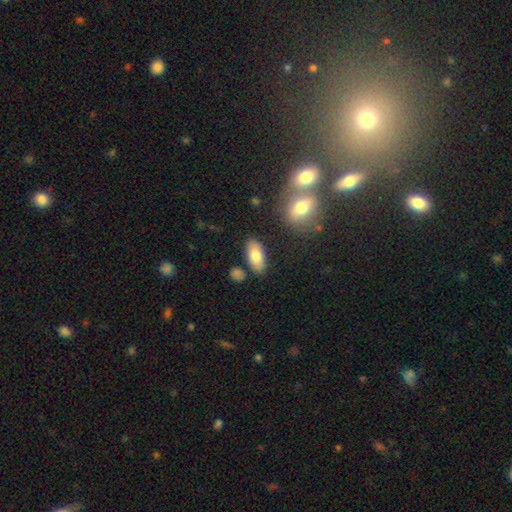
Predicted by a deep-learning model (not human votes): This is likely a smooth galaxy (79%). How rounded: clearly in between (91%). Merging: clearly none (82%).